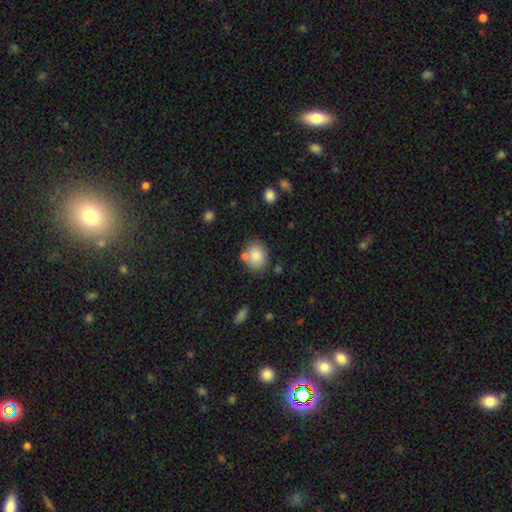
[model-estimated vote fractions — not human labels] smooth_or_featured: smooth (p=0.83) [alt: featured or disk p=0.09]
how_rounded: round (p=0.58) [alt: in between p=0.41]
merging: none (p=0.70) [alt: minor disturbance p=0.13]